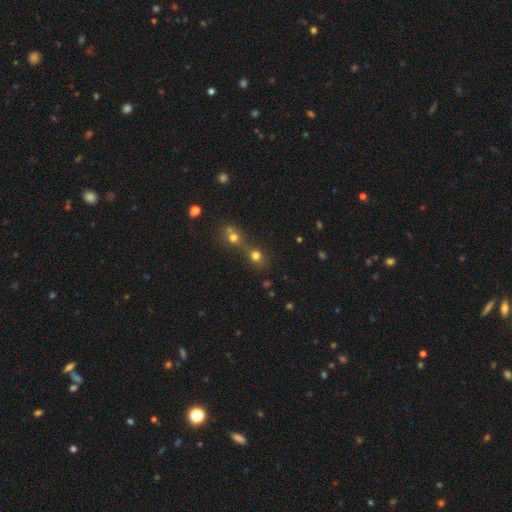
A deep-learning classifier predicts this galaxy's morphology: This is likely a smooth galaxy (68%). How rounded: likely round (78%). Merging: possibly merger (57%).